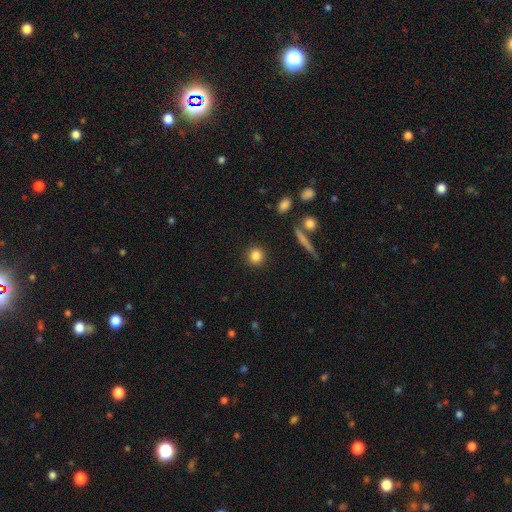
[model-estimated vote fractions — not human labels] A smooth galaxy with no disk features (85%) that is round (89%).

Vote fractions:
- Smooth or featured? smooth: 85% / star or artifact: 9% / featured or disk: 6%
- How rounded? round: 89% / in between: 9% / cigar-shaped: 2%
- Merging? none: 90% / minor disturbance: 6% / major disturbance: 2% / merger: 2%